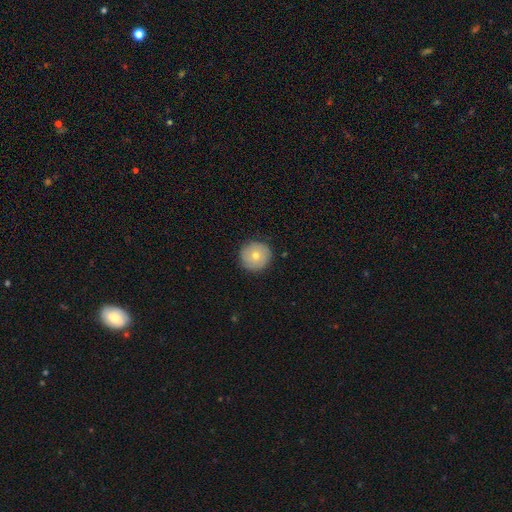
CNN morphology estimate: smooth_or_featured: smooth (p=0.69) [alt: featured or disk p=0.22]
how_rounded: round (p=0.95) [alt: in between p=0.04]
merging: none (p=0.90) [alt: minor disturbance p=0.08]